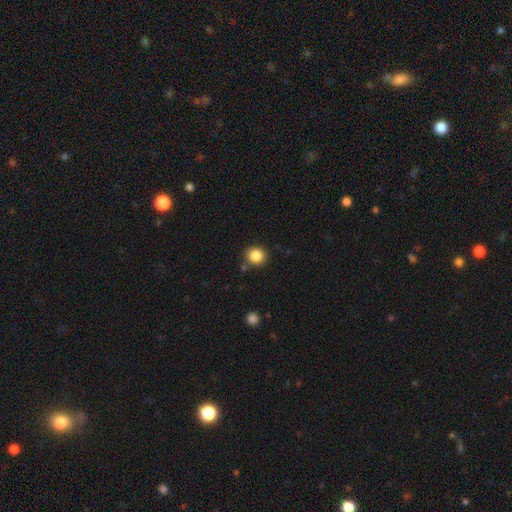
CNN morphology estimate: The model was most divided on "smooth or featured": smooth: 86%, star or artifact: 10%, featured or disk: 4%. More confident: how rounded — round (88%); merging — none (85%).